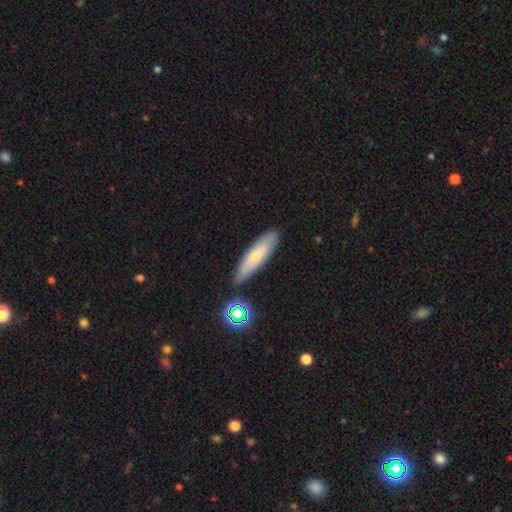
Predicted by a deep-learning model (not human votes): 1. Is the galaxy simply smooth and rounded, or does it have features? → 62% smooth, 30% featured or disk, 9% star or artifact.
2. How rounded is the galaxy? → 72% cigar-shaped, 26% in between, 2% round.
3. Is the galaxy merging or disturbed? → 83% none, 11% minor disturbance, 3% merger, 2% major disturbance.